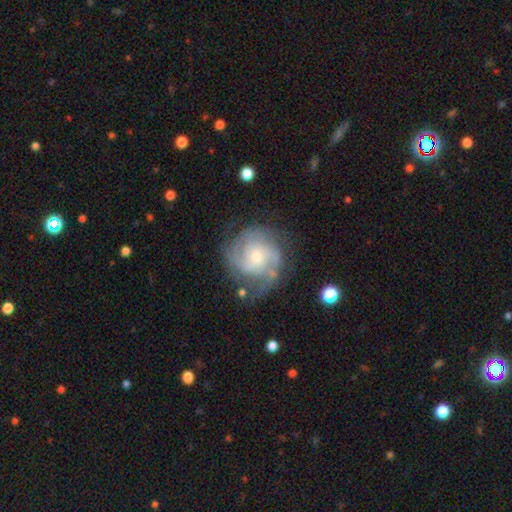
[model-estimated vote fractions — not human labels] featured or disk 83%, smooth 12%, star or artifact 6%. Down the decision tree: edge-on disk — no (98%); bar — no (72%); spiral arms — yes (95%); spiral arm count — 3 (30%); spiral winding — tight (54%); bulge size — small (63%); merging — none (68%).